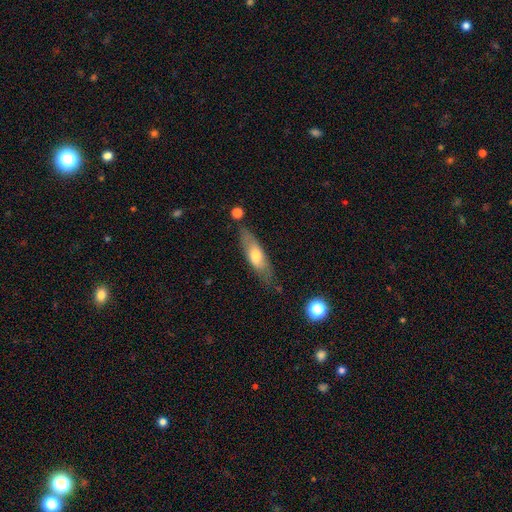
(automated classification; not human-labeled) smooth_or_featured: smooth (p=0.58) [alt: featured or disk p=0.35]
how_rounded: in between (p=0.49) [tied with: cigar-shaped p=0.49]
merging: none (p=0.69) [alt: minor disturbance p=0.20]